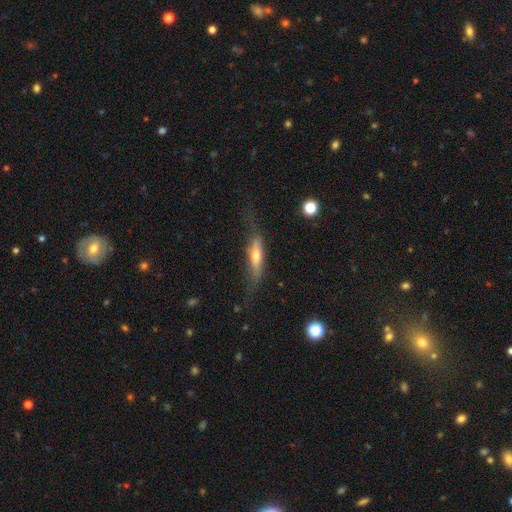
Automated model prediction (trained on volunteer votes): The model was most divided on "smooth or featured": featured or disk: 54%, smooth: 39%, star or artifact: 7%. More confident: edge-on disk — yes (85%); merging — none (63%).